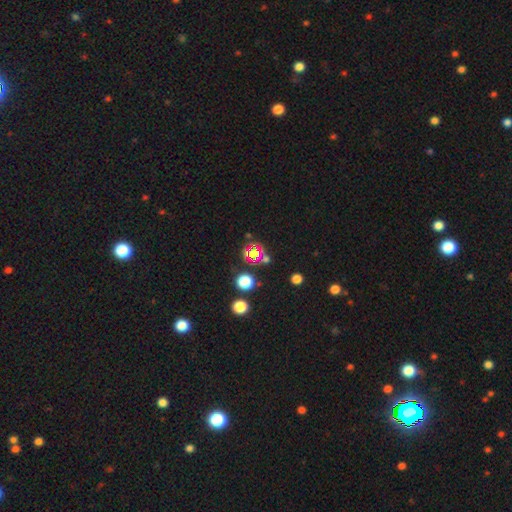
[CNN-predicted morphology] This is likely a star or artifact rather than a galaxy (61%).